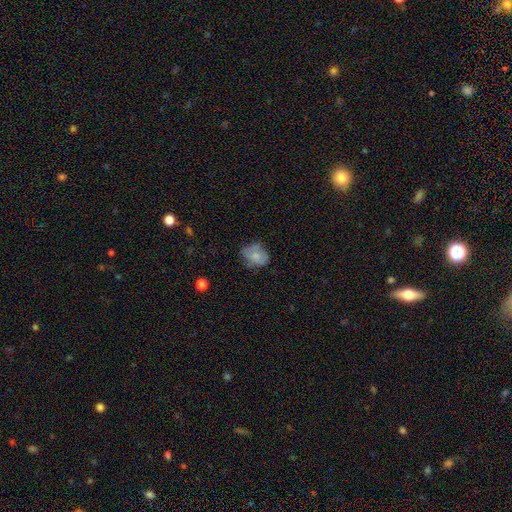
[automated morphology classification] The model was most divided on "how rounded": in between: 50%, round: 49%, cigar-shaped: 1%. More confident: smooth or featured — smooth (70%); merging — none (55%).